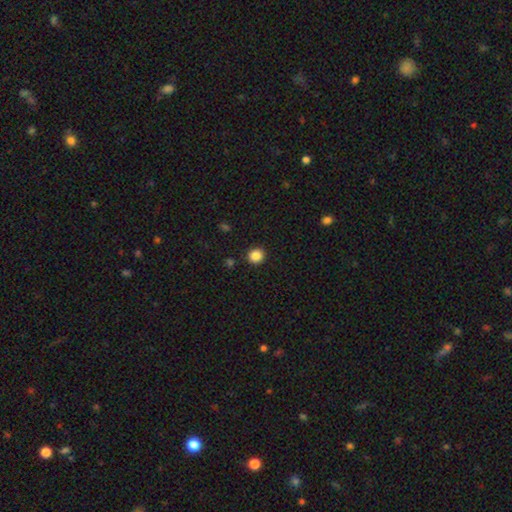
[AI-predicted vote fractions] Smooth or featured: smooth — 86% (star or artifact — 10%)
How rounded: round — 90% (in between — 9%)
Merging: none — 91% (minor disturbance — 5%)